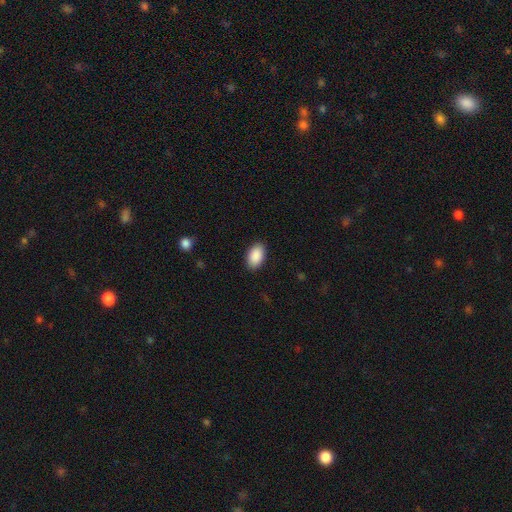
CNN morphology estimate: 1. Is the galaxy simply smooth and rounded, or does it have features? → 91% smooth, 6% star or artifact, 3% featured or disk.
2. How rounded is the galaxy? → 94% in between, 5% round, 1% cigar-shaped.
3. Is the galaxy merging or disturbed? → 89% none, 8% minor disturbance, 2% major disturbance, 1% merger.